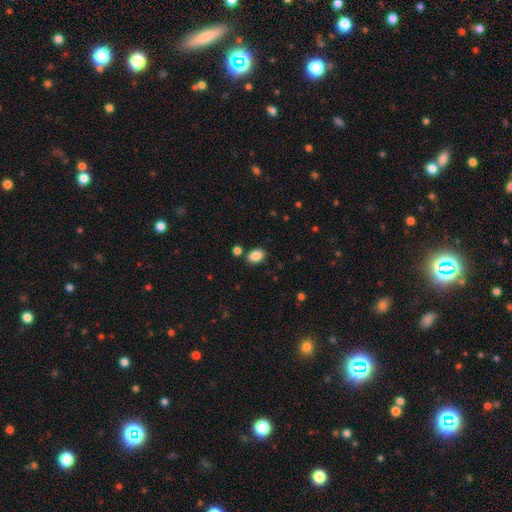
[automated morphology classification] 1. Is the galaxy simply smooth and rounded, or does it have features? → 87% smooth, 9% star or artifact, 4% featured or disk.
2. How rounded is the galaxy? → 83% in between, 16% round, 1% cigar-shaped.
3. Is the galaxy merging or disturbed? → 82% none, 10% minor disturbance, 6% merger, 3% major disturbance.